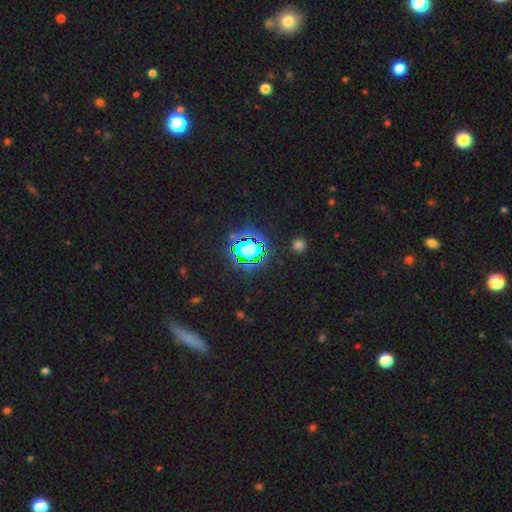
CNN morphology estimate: Q: Smooth or featured?
A: star or artifact (72%); runner-up: smooth (20%)